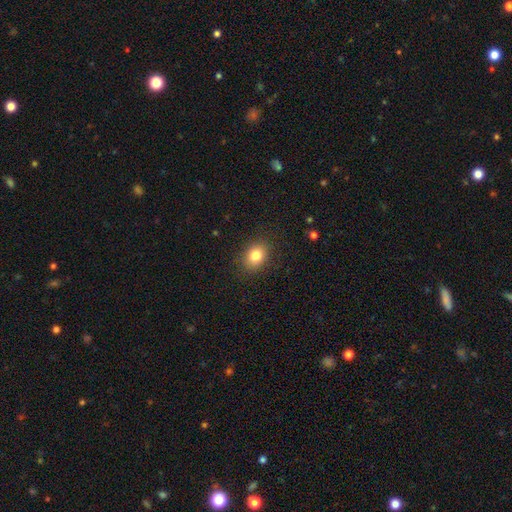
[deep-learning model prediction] smooth_or_featured: smooth (p=0.82) [alt: star or artifact p=0.10]
how_rounded: in between (p=0.56) [alt: round p=0.43]
merging: none (p=0.87) [alt: minor disturbance p=0.09]